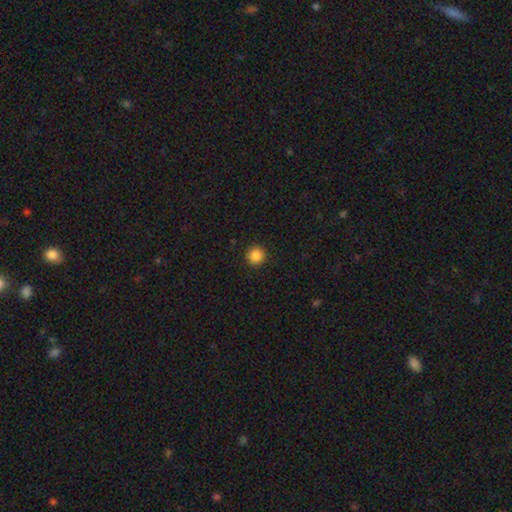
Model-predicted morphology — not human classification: smooth-or-featured: smooth: 87% | star or artifact: 10% | featured or disk: 3%
  how-rounded: round: 94% | in between: 5% | cigar-shaped: 1%
  merging: none: 92% | minor disturbance: 5% | major disturbance: 2% | merger: 1%